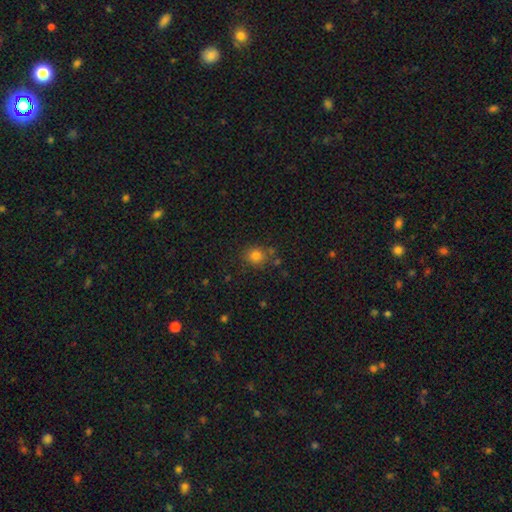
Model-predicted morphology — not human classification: smooth_or_featured: smooth (p=0.79) [alt: star or artifact p=0.14]
how_rounded: round (p=0.80) [alt: in between p=0.19]
merging: none (p=0.75) [alt: minor disturbance p=0.13]